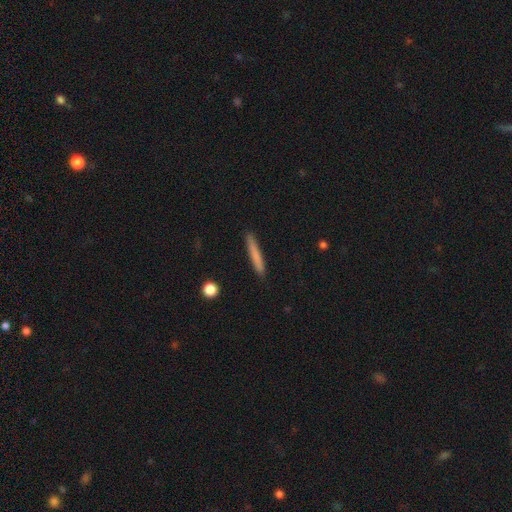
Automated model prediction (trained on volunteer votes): A smooth galaxy with no disk features (77%) that is cigar-shaped (95%). Merging: none (90%).